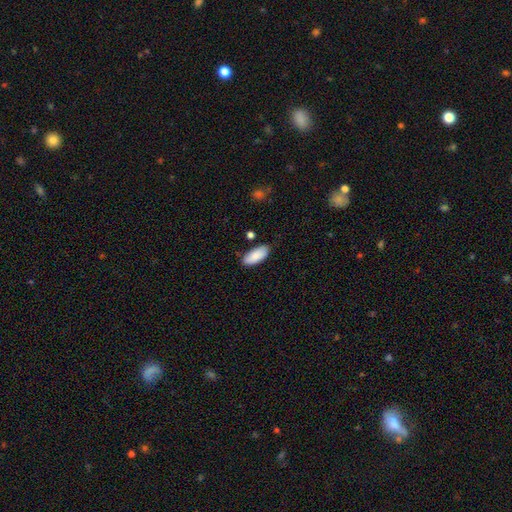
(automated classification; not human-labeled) This is clearly a smooth galaxy (87%). How rounded: clearly in between (88%). Merging: likely none (79%).